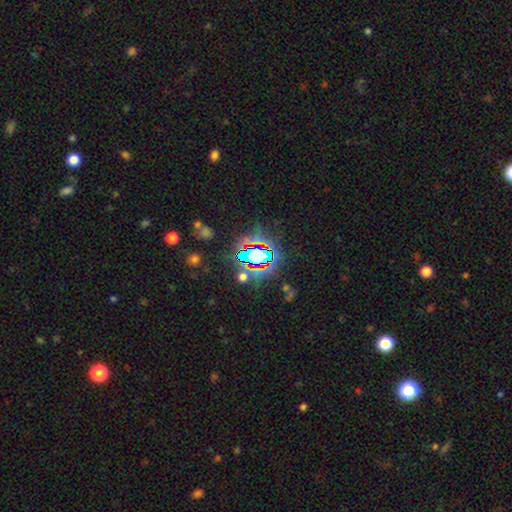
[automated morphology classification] smooth_or_featured: star or artifact (p=0.71) [alt: smooth p=0.18]